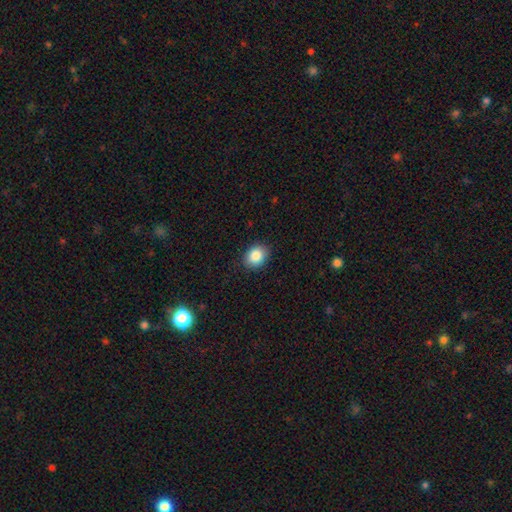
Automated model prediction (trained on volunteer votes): Smooth or featured? smooth (86%)
How rounded? round (51%)
Merging? none (87%)